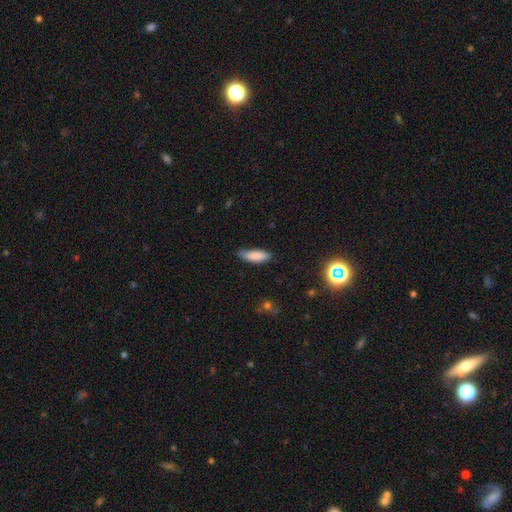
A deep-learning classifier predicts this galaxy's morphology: Smooth or featured?
  - smooth: 85% *
  - star or artifact: 7%
  - featured or disk: 7%
How rounded?
  - in between: 56% *
  - cigar-shaped: 42%
  - round: 2%
Merging?
  - none: 71% *
  - minor disturbance: 23%
  - major disturbance: 4%
  - merger: 2%